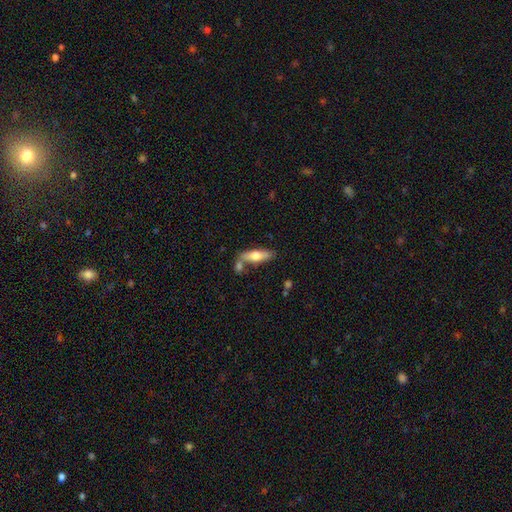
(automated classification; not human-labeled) smooth-or-featured: smooth: 64% | featured or disk: 30% | star or artifact: 6%
  how-rounded: cigar-shaped: 51% | in between: 47% | round: 2%
  merging: none: 64% | merger: 18% | minor disturbance: 14% | major disturbance: 4%